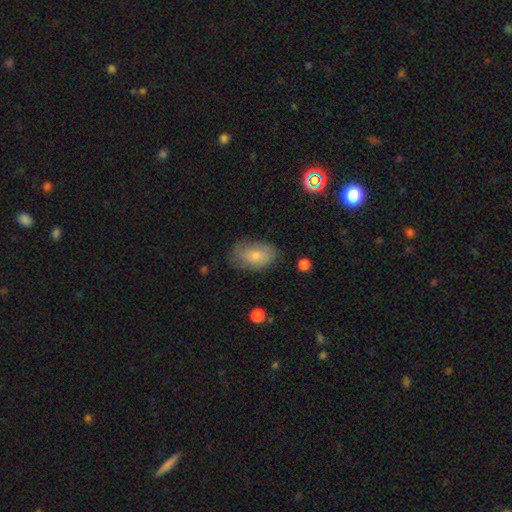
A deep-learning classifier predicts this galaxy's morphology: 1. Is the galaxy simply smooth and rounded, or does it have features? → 69% smooth, 20% featured or disk, 11% star or artifact.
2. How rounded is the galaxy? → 88% in between, 10% round, 2% cigar-shaped.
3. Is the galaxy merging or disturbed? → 72% none, 22% minor disturbance, 5% major disturbance, 1% merger.